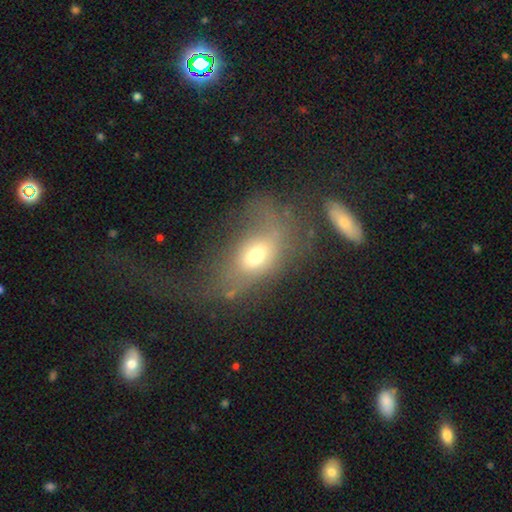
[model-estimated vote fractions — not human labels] smooth-or-featured: smooth: 56% | featured or disk: 32% | star or artifact: 12%
  how-rounded: in between: 78% | round: 17% | cigar-shaped: 5%
  merging: major disturbance: 42% | none: 29% | minor disturbance: 19% | merger: 10%